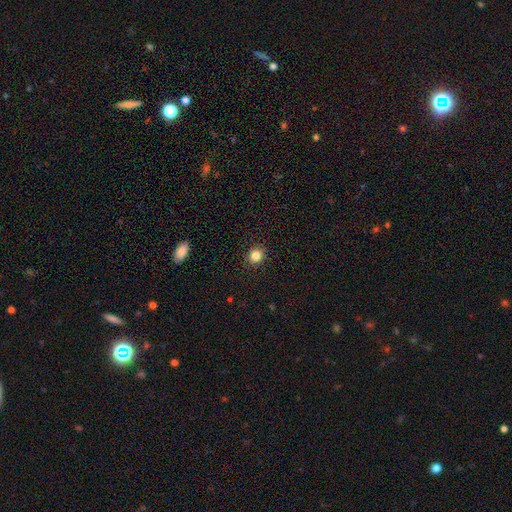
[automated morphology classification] The model was most divided on "how rounded": round: 85%, in between: 14%, cigar-shaped: 1%. More confident: merging — none (92%); smooth or featured — smooth (84%).